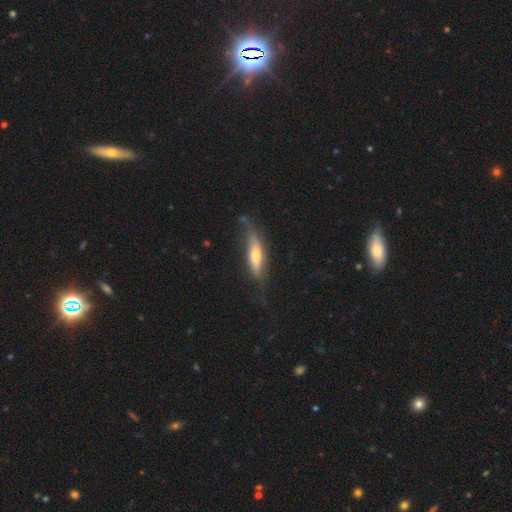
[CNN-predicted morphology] Overall: featured or disk (48%; smooth 46%). Merging: none (53%; minor disturbance 30%).